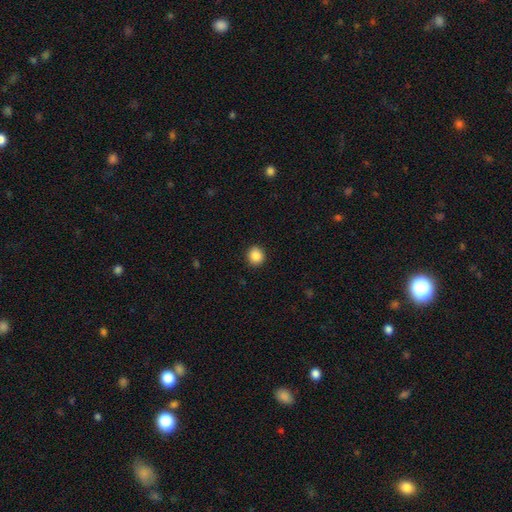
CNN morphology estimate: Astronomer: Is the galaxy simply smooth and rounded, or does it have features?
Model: smooth — 87%.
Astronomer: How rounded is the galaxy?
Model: round — 84%.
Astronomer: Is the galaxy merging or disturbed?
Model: none — 91%.